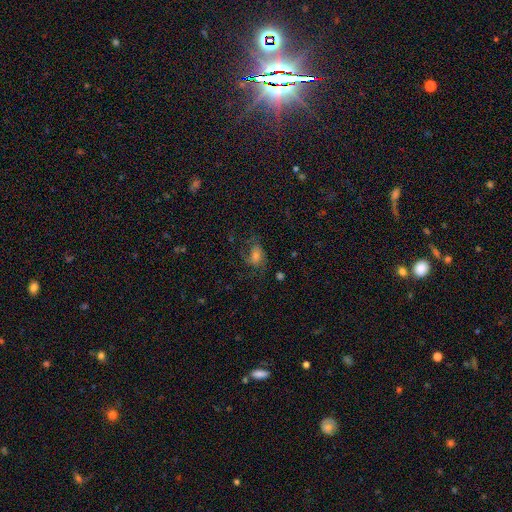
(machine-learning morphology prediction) smooth-or-featured: featured or disk: 49% | smooth: 31% | star or artifact: 20%
  merging: none: 56% | major disturbance: 22% | minor disturbance: 19% | merger: 2%